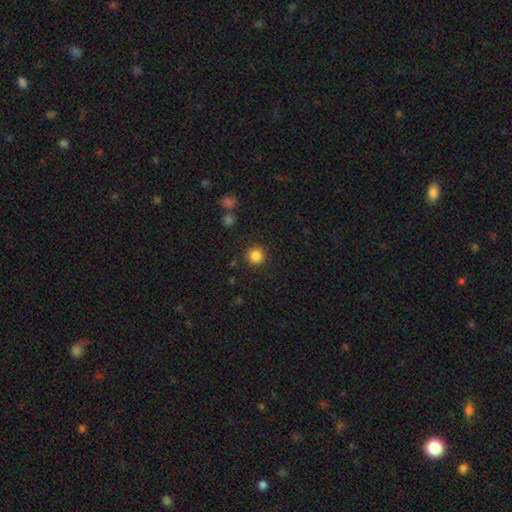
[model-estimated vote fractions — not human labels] Morphology: type=smooth (85%); roundness=round (95%); merging=none (91%).